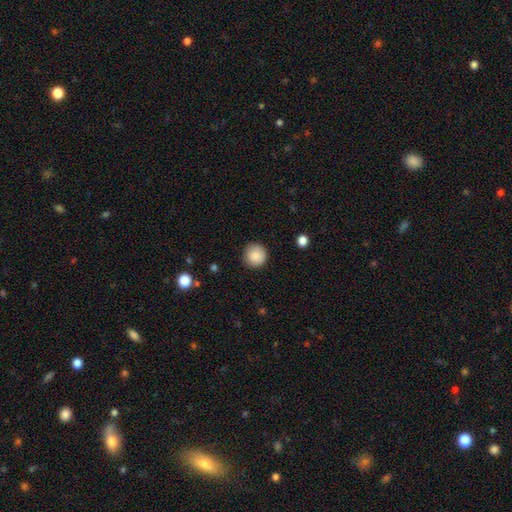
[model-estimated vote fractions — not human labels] A smooth galaxy with no disk features (88%) that is round (95%).

Vote fractions:
- Smooth or featured? smooth: 88% / star or artifact: 8% / featured or disk: 4%
- How rounded? round: 95% / in between: 4% / cigar-shaped: 1%
- Merging? none: 90% / minor disturbance: 7% / major disturbance: 2% / merger: 1%